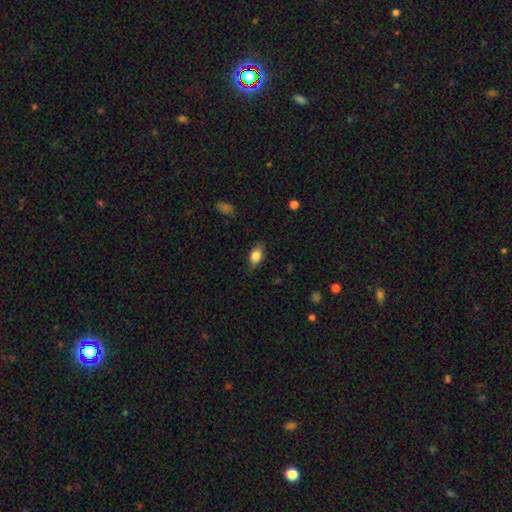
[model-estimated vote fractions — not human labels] smooth-or-featured: smooth: 82% | featured or disk: 10% | star or artifact: 8%
  how-rounded: in between: 80% | round: 17% | cigar-shaped: 3%
  merging: none: 75% | minor disturbance: 20% | major disturbance: 4% | merger: 1%